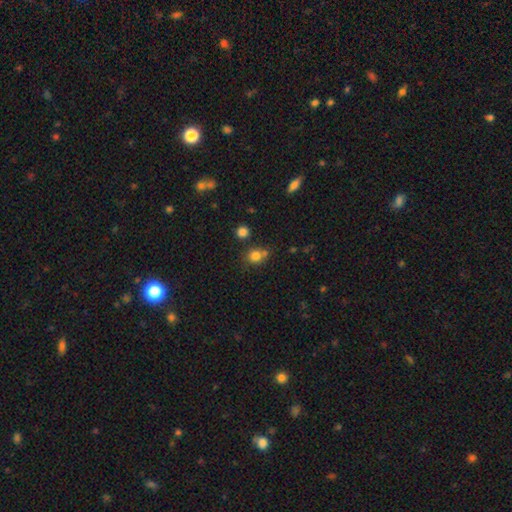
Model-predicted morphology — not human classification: smooth 79%, star or artifact 13%, featured or disk 7%. Down the decision tree: how rounded — round (82%); merging — none (62%).